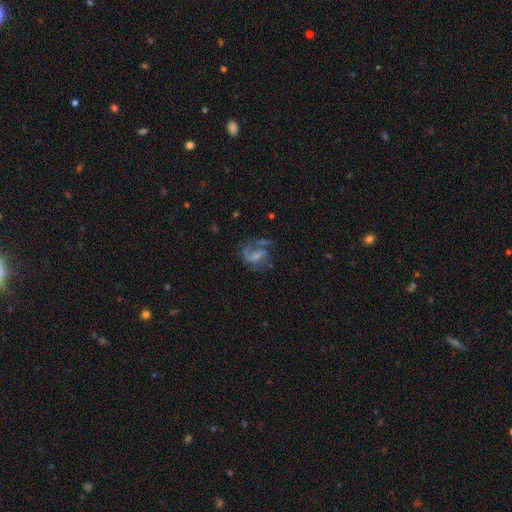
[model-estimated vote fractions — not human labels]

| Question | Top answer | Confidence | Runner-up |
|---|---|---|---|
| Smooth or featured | featured or disk | 73% | smooth (18%) |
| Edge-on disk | no | 98% | yes (2%) |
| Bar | weak | 45% | no (39%) |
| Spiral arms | yes | 84% | no (16%) |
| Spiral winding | medium | 45% | loose (39%) |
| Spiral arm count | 2 | 52% | 1 (24%) |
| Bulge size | small | 38% | moderate (28%) |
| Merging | none | 42% | major disturbance (34%) |